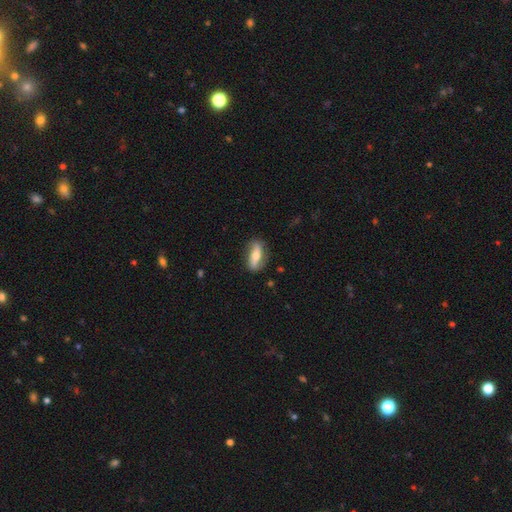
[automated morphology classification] A featured or disk galaxy (50%). Merging: none (77%).